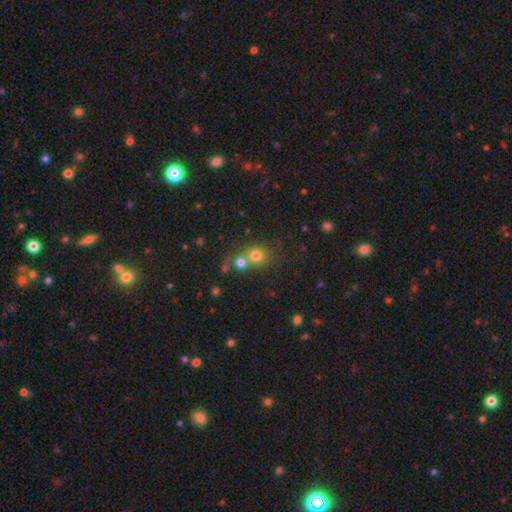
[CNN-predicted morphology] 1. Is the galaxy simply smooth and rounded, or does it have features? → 75% smooth, 15% star or artifact, 10% featured or disk.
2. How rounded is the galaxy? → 84% round, 15% in between, 1% cigar-shaped.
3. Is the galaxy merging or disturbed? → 51% none, 37% merger, 8% minor disturbance, 4% major disturbance.